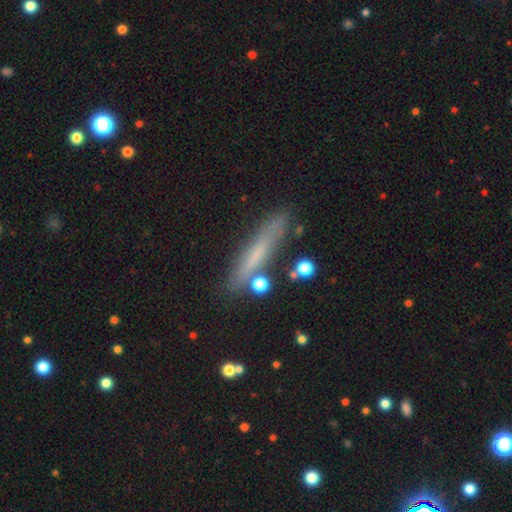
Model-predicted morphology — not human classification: type=smooth (54%); roundness=cigar-shaped (90%); merging=none (78%).